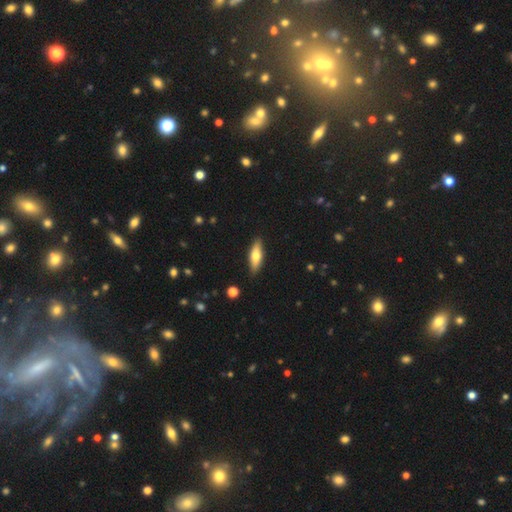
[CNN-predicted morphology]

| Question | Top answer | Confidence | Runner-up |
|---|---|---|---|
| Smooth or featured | smooth | 60% | featured or disk (34%) |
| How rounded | in between | 50% | cigar-shaped (47%) |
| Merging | none | 88% | minor disturbance (9%) |